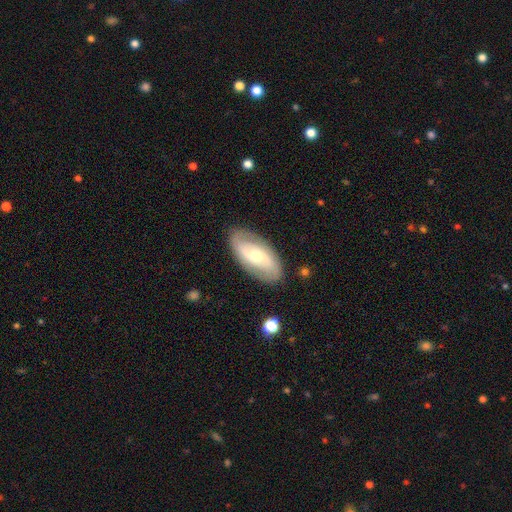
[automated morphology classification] Smooth or featured: featured or disk — 63% (smooth — 31%)
Edge-on disk: no — 90% (yes — 10%)
Bar: no — 46% (weak — 37%)
Spiral arms: yes — 74% (no — 26%)
Bulge size: moderate — 60% (small — 33%)
Merging: none — 83% (minor disturbance — 12%)